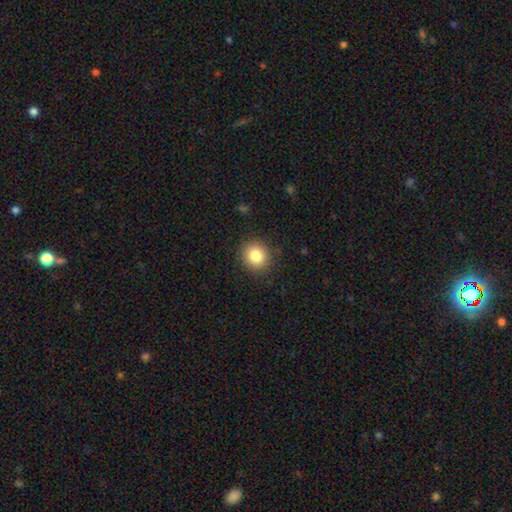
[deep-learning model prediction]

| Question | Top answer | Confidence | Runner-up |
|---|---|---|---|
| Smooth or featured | smooth | 84% | star or artifact (10%) |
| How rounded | round | 86% | in between (13%) |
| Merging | none | 89% | minor disturbance (7%) |